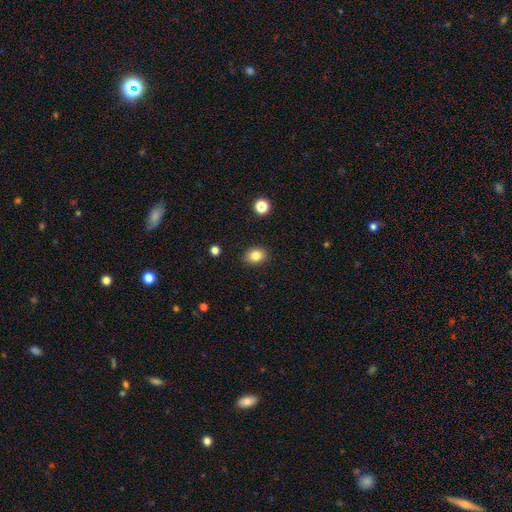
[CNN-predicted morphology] Smooth or featured? Predicted: smooth (p=0.83). How rounded? Predicted: in between (p=0.56). Merging? Predicted: none (p=0.88).